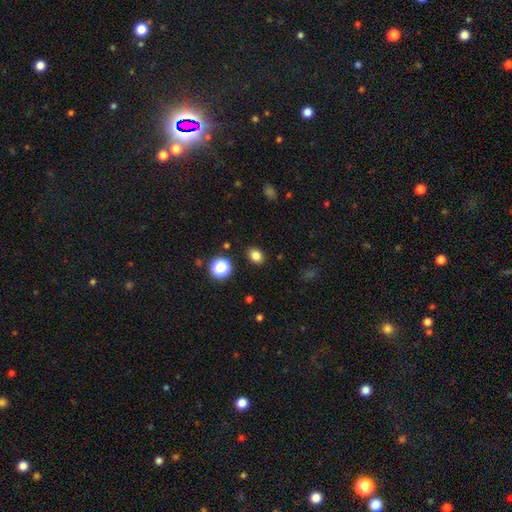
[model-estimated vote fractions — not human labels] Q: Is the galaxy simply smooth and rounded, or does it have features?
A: smooth — 81%.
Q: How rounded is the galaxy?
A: in between — 60%.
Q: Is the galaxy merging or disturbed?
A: none — 88%.